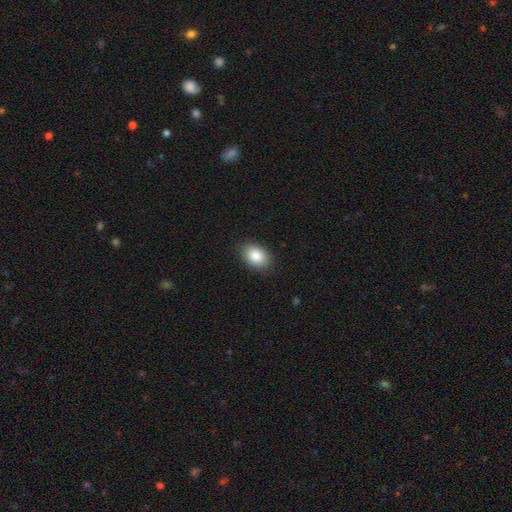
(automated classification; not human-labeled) Morphology: type=smooth (87%); roundness=in between (87%); merging=none (87%).